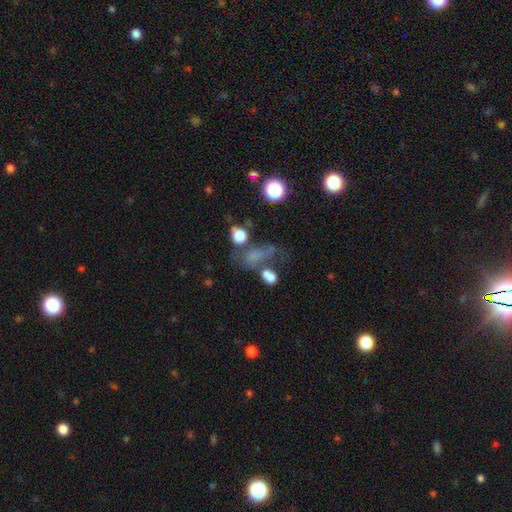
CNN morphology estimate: type=smooth (48%); merging=none (35%).